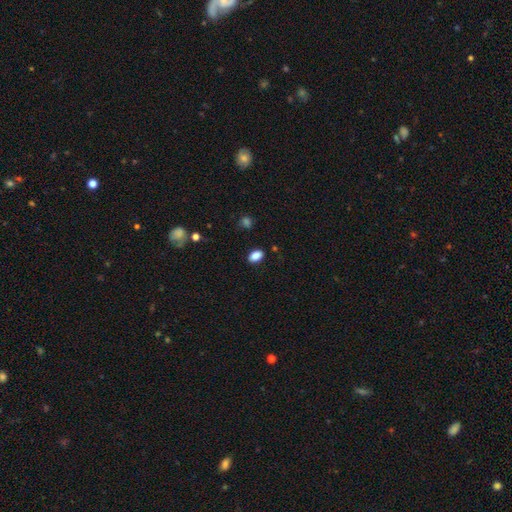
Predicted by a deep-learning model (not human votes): smooth 87%, star or artifact 9%, featured or disk 4%. Down the decision tree: how rounded — in between (87%); merging — none (87%).